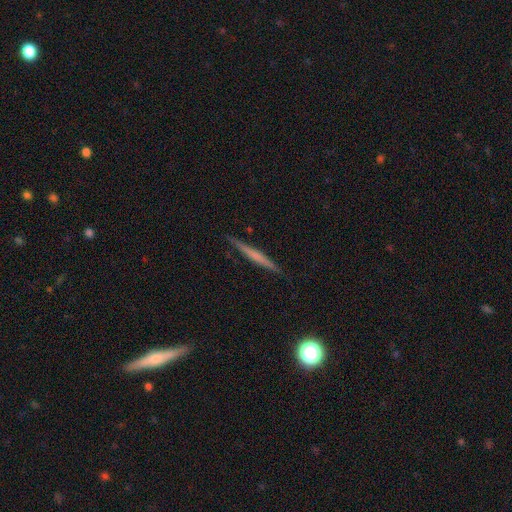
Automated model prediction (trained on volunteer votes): Smooth or featured? Predicted: featured or disk (p=0.55). Edge-on disk? Predicted: yes (p=0.97). Edge-on bulge? Predicted: none (p=0.68). Merging? Predicted: none (p=0.91).